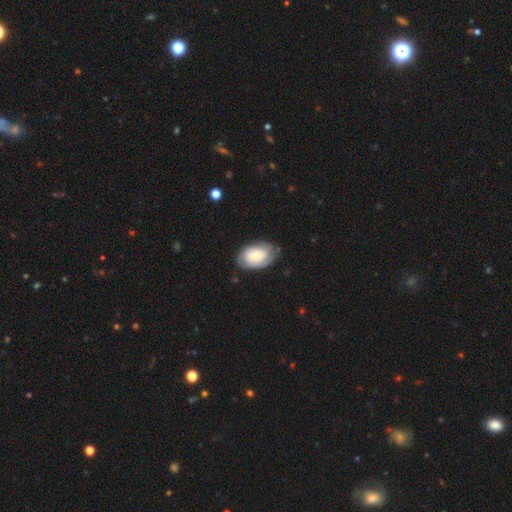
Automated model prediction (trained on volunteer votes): A smooth galaxy with no disk features (57%) that is in between round and cigar-shaped (90%).

Vote fractions:
- Smooth or featured? smooth: 57% / featured or disk: 36% / star or artifact: 7%
- How rounded? in between: 90% / round: 8% / cigar-shaped: 1%
- Merging? none: 70% / minor disturbance: 22% / major disturbance: 7% / merger: 1%